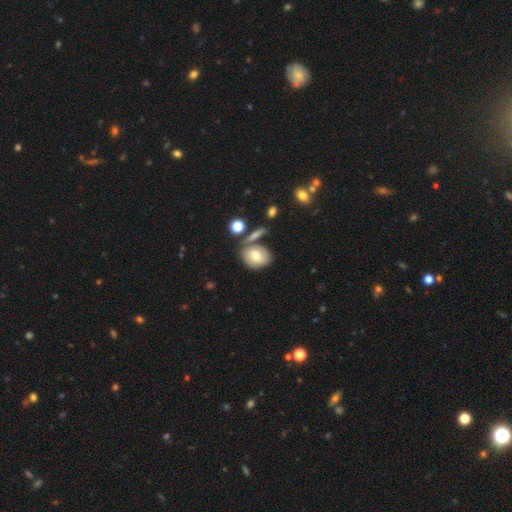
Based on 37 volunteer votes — smooth-or-featured: smooth: 70% | featured or disk: 27% | star or artifact: 3%
  how-rounded: round: 50% (tied) | in between: 50% (tied) | cigar-shaped: 0%
  merging: none: 67% | merger: 22% | minor disturbance: 8% | major disturbance: 3%